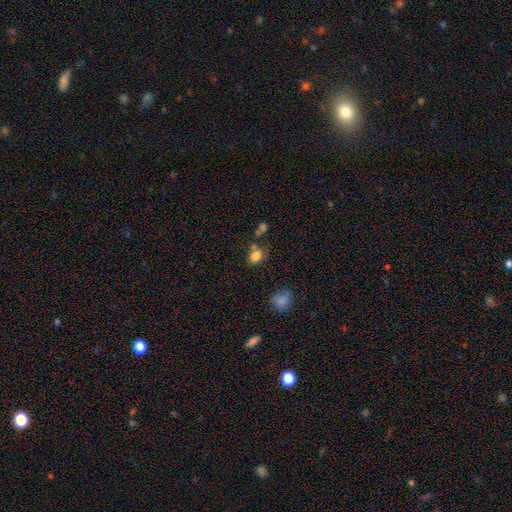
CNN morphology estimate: This is clearly a smooth galaxy (81%). How rounded: likely in between (65%). Merging: likely none (61%).